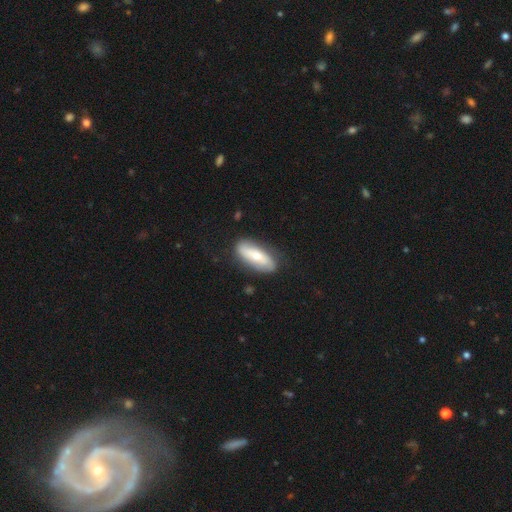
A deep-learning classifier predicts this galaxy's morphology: Q: Smooth or featured?
A: smooth (52%); runner-up: featured or disk (42%)
Q: How rounded?
A: in between (70%); runner-up: cigar-shaped (27%)
Q: Merging?
A: none (80%); runner-up: minor disturbance (15%)